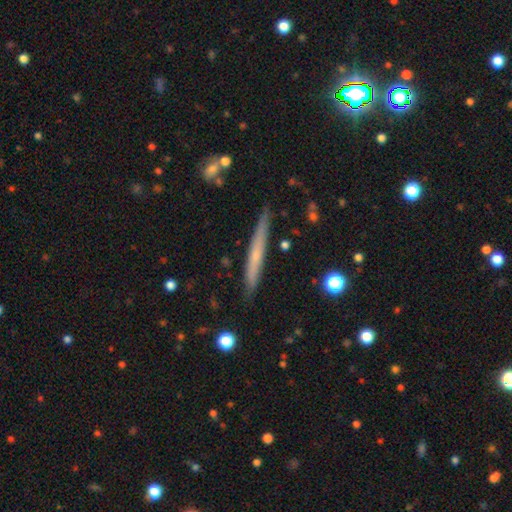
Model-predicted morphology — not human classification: Overall: smooth (49%; featured or disk 44%). Merging: none (88%).